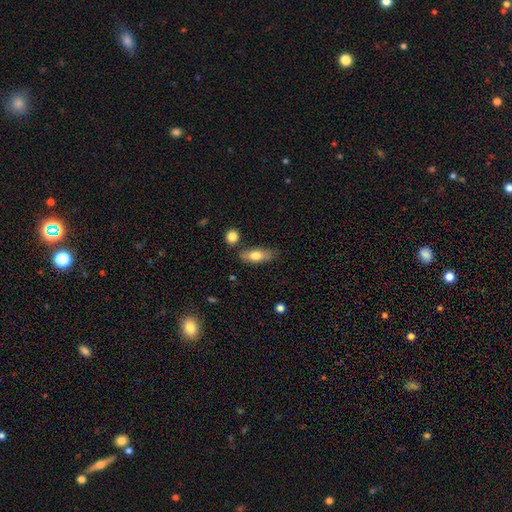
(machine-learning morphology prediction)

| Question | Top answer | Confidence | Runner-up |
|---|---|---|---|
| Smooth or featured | smooth | 72% | featured or disk (22%) |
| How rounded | in between | 71% | cigar-shaped (25%) |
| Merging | none | 72% | minor disturbance (17%) |